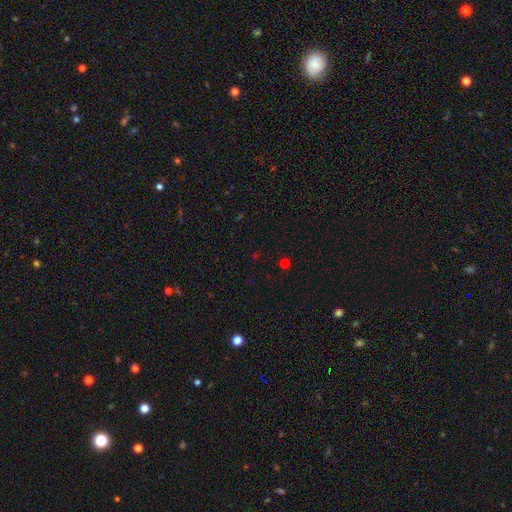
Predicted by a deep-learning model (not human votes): smooth-or-featured: star or artifact: 49% | smooth: 45% | featured or disk: 5%